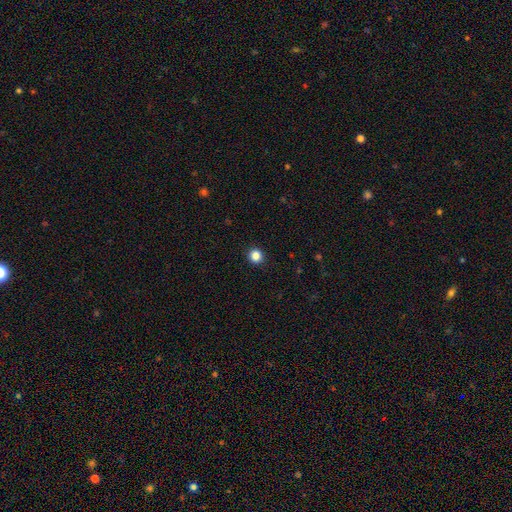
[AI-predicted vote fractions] A smooth galaxy with no disk features (85%) that is round (93%).

Vote fractions:
- Smooth or featured? smooth: 85% / star or artifact: 11% / featured or disk: 3%
- How rounded? round: 93% / in between: 6% / cigar-shaped: 1%
- Merging? none: 93% / minor disturbance: 5% / major disturbance: 2% / merger: 1%